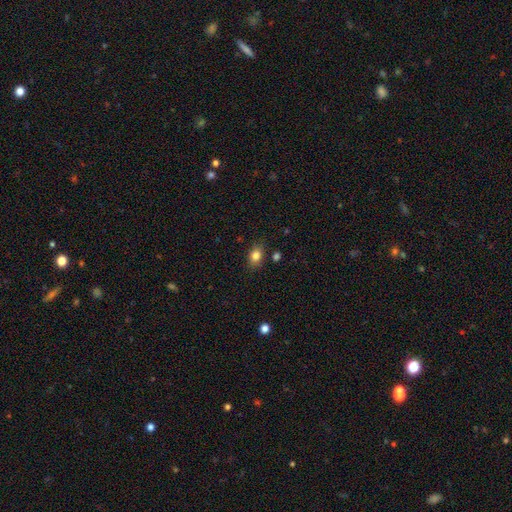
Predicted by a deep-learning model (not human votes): This appears to be a smooth galaxy with no disk features (83%) that is in between round and cigar-shaped (71%). Merging: none (81%).